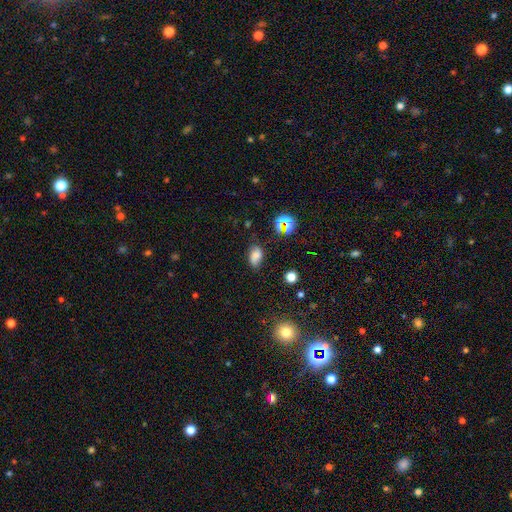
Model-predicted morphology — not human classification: Smooth or featured? Predicted: smooth (p=0.69). How rounded? Predicted: in between (p=0.85). Merging? Predicted: none (p=0.66).